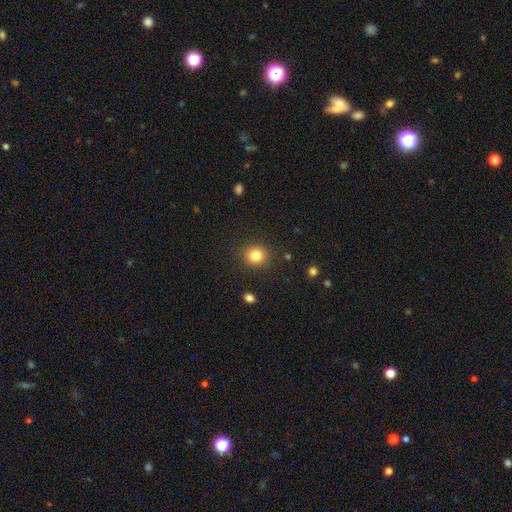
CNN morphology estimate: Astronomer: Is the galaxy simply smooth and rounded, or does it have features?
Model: smooth — 83%.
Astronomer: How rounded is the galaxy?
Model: round — 84%.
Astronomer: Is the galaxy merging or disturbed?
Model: none — 89%.